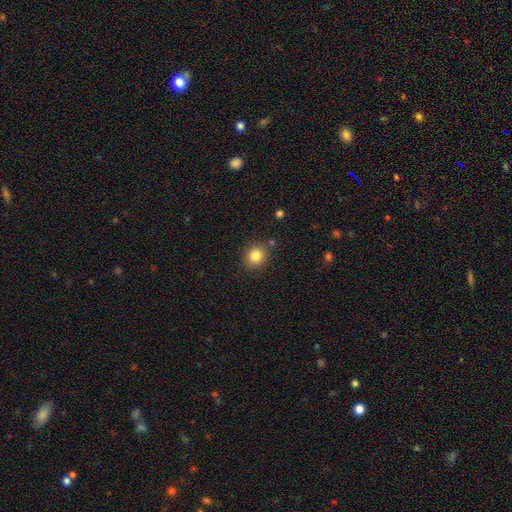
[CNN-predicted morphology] Overall: smooth (83%). How rounded: round (79%). Merging: none (84%).